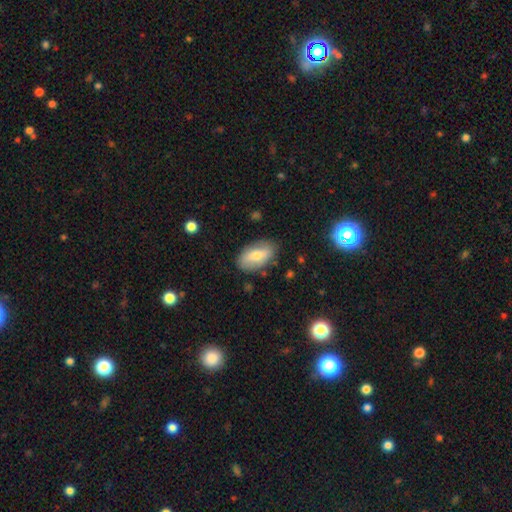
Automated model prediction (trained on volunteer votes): smooth_or_featured: smooth (p=0.63) [alt: featured or disk p=0.30]
how_rounded: in between (p=0.92) [alt: round p=0.04]
merging: none (p=0.82) [alt: minor disturbance p=0.13]